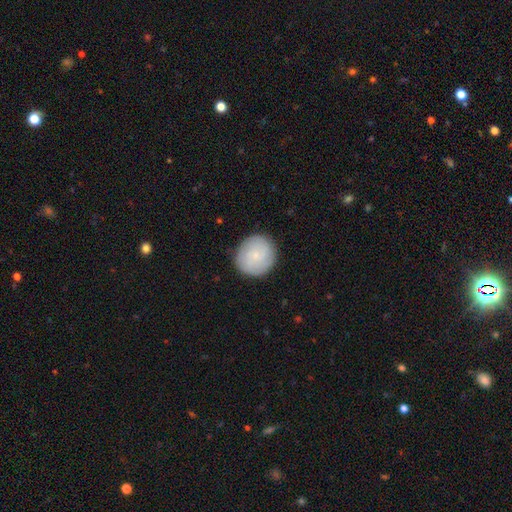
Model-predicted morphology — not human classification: A smooth galaxy with no disk features (65%) that is round (90%). Merging: none (88%).